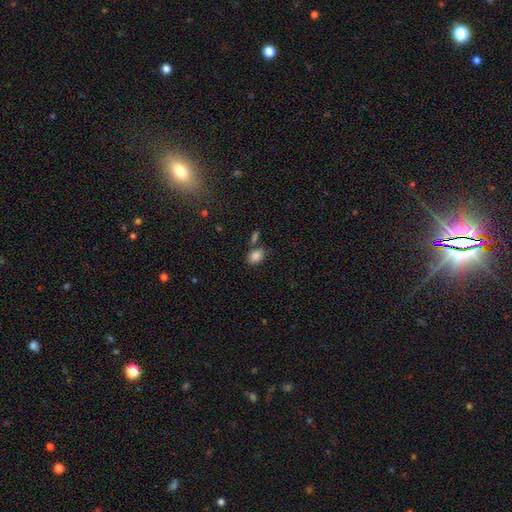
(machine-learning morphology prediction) This is clearly a smooth galaxy (86%). How rounded: clearly in between (80%). Merging: likely none (69%).